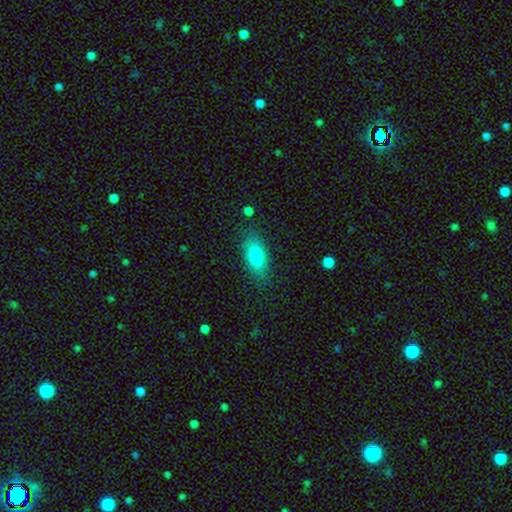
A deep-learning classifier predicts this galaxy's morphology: smooth 80%, featured or disk 13%, star or artifact 7%. Down the decision tree: how rounded — in between (83%); merging — none (81%).